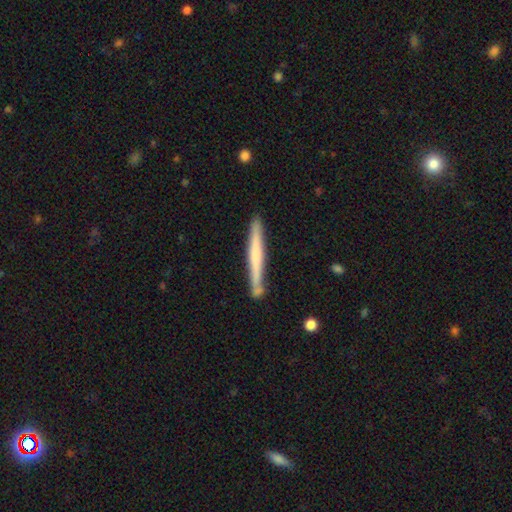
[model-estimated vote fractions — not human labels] smooth_or_featured: smooth (p=0.51) [alt: featured or disk p=0.44]
how_rounded: cigar-shaped (p=0.97) [alt: in between p=0.02]
merging: none (p=0.83) [alt: minor disturbance p=0.11]